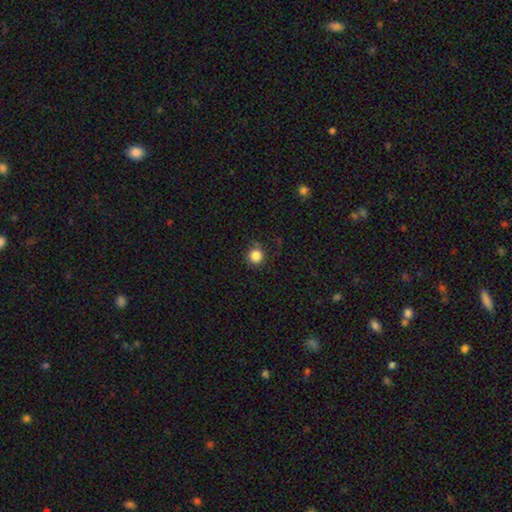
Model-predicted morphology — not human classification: smooth-or-featured: smooth: 85% | star or artifact: 11% | featured or disk: 4%
  how-rounded: round: 94% | in between: 5% | cigar-shaped: 1%
  merging: none: 82% | minor disturbance: 13% | major disturbance: 4% | merger: 2%